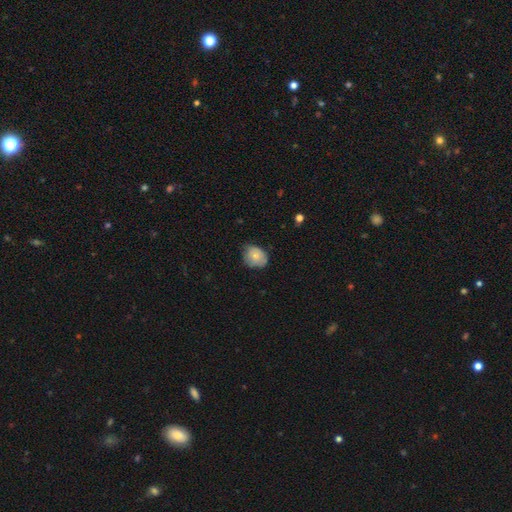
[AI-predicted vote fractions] This is likely a smooth galaxy (75%). How rounded: possibly in between (52%). Merging: possibly none (57%).